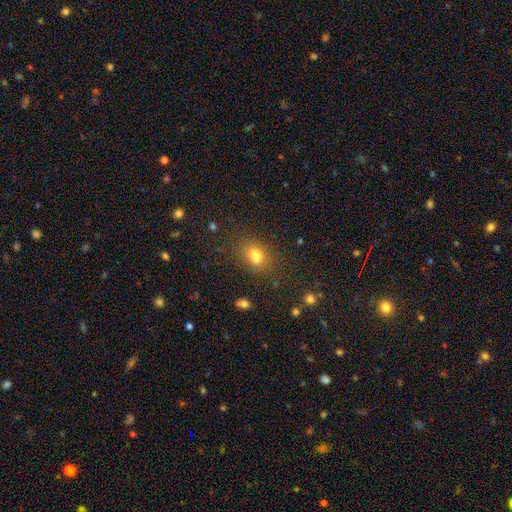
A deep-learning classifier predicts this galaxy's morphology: The model was most divided on "how rounded": in between: 72%, round: 26%, cigar-shaped: 2%. More confident: smooth or featured — smooth (75%); merging — none (69%).